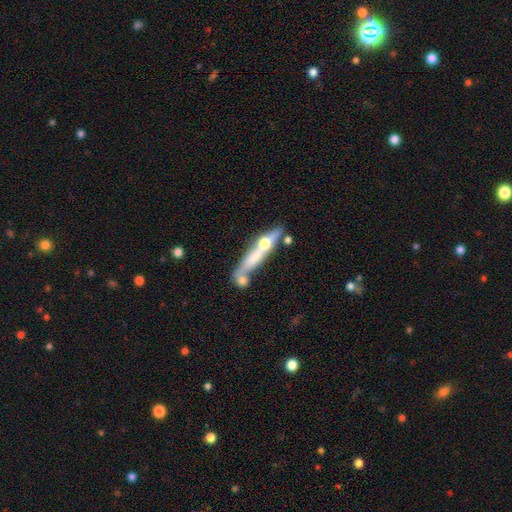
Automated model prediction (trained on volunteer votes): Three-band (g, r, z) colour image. It shows a featured or disk galaxy (60%) viewed edge-on (84%) with a rounded central bulge (84%). Merging: none (43%).